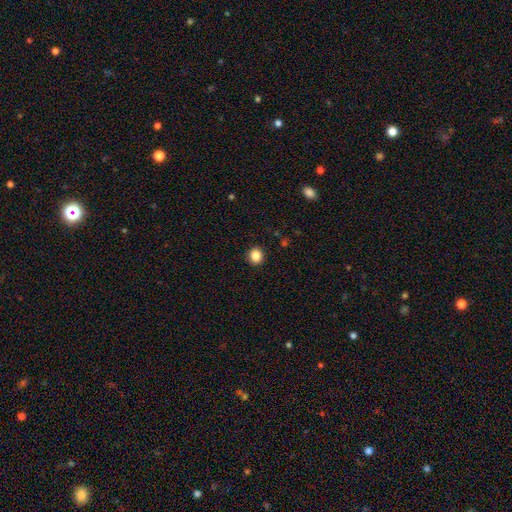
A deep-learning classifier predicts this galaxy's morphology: Overall: smooth (86%). How rounded: round (84%). Merging: none (91%).